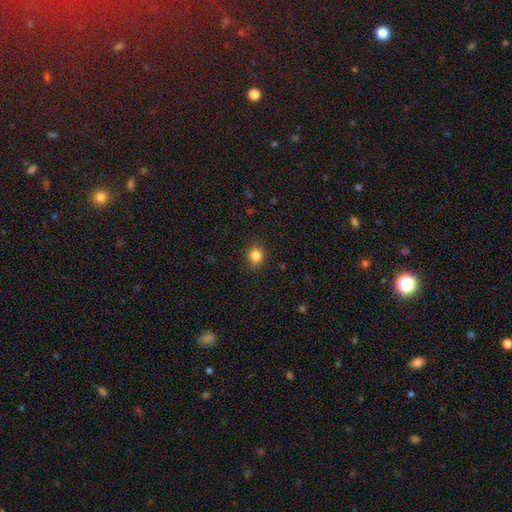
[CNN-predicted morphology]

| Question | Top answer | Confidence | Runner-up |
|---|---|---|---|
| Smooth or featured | smooth | 84% | star or artifact (11%) |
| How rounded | round | 69% | in between (30%) |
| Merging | none | 90% | minor disturbance (7%) |